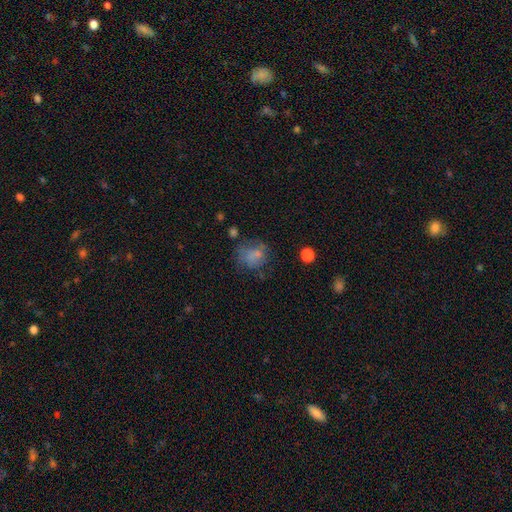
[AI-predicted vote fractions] Smooth or featured: smooth — 64% (featured or disk — 19%)
How rounded: round — 57% (in between — 42%)
Merging: none — 51% (minor disturbance — 23%)